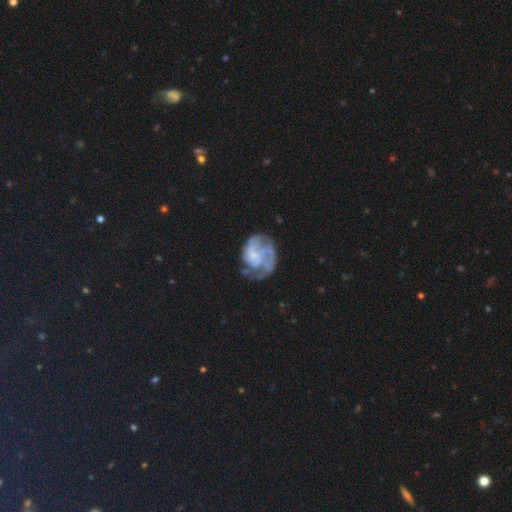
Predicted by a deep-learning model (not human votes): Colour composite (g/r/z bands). It shows a featured or disk galaxy (72%) with no bar (77%), tight (44%) spiral arms (77%) and no central bulge (44%). Merging: none (45%).